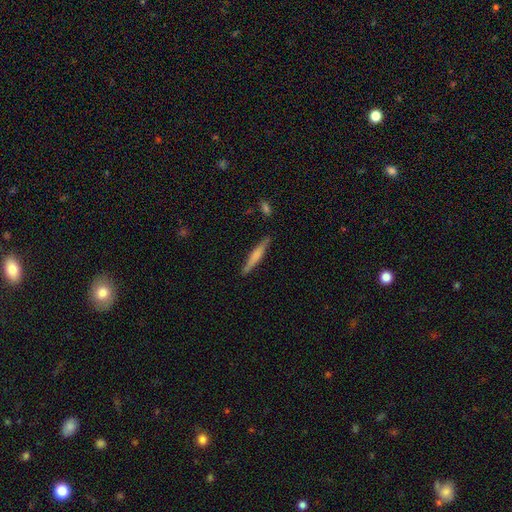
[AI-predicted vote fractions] smooth 56%, featured or disk 39%, star or artifact 6%. Down the decision tree: how rounded — cigar-shaped (93%); merging — none (86%).